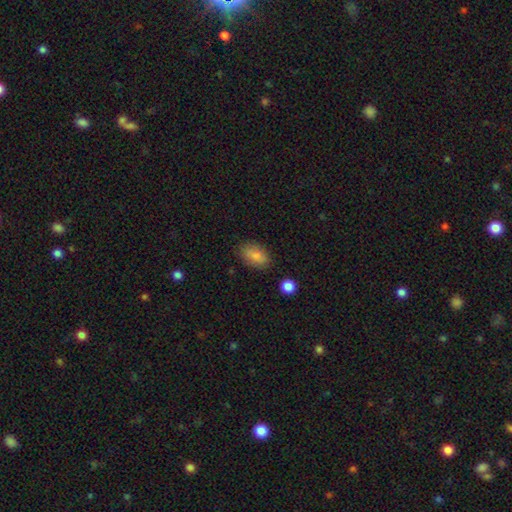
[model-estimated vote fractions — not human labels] smooth-or-featured: smooth: 83% | featured or disk: 9% | star or artifact: 8%
  how-rounded: in between: 89% | round: 10% | cigar-shaped: 2%
  merging: none: 81% | minor disturbance: 14% | major disturbance: 3% | merger: 2%